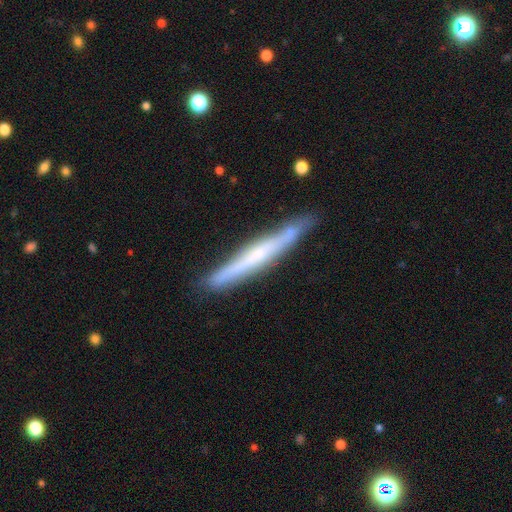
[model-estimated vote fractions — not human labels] Smooth or featured? Predicted: featured or disk (p=0.59). Edge-on disk? Predicted: yes (p=0.94). Edge-on bulge? Predicted: none (p=0.58). Merging? Predicted: none (p=0.82).